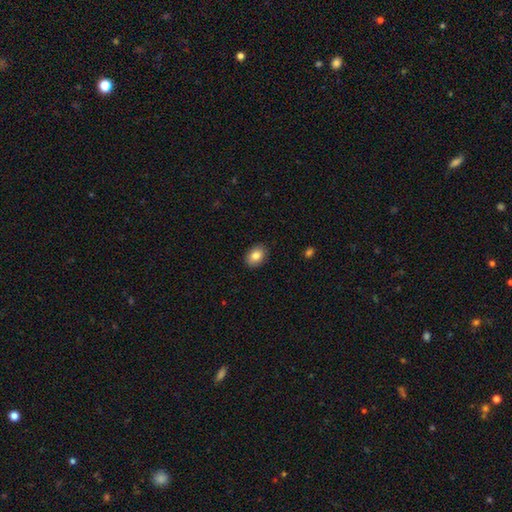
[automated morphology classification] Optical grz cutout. It shows a smooth galaxy with no disk features (84%) that is in between round and cigar-shaped (78%). Merging: none (88%).